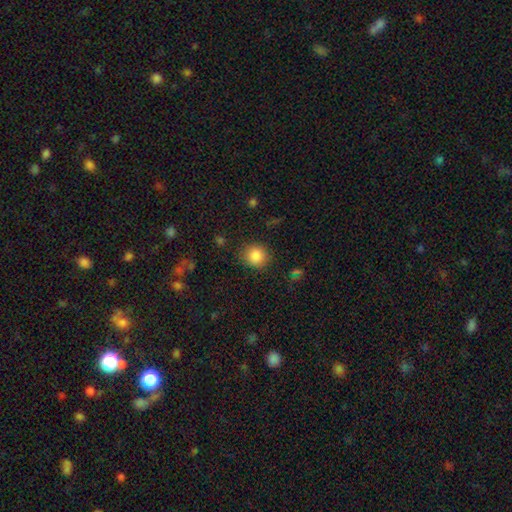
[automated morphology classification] This appears to be a smooth galaxy with no disk features (85%) that is round (87%). Merging: none (86%).